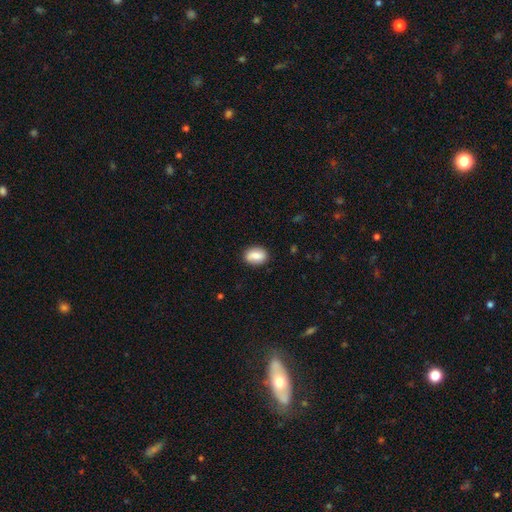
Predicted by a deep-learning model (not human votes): Smooth or featured? smooth (81%)
How rounded? in between (77%)
Merging? none (84%)